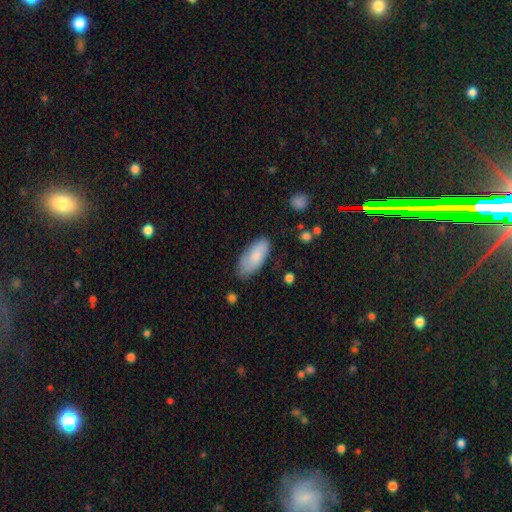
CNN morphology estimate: Overall: smooth (79%). How rounded: in between (89%). Merging: none (73%).